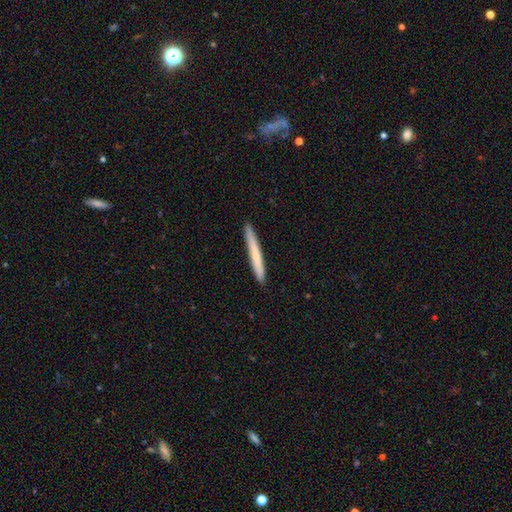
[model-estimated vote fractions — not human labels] The model was most divided on "smooth or featured": smooth: 70%, featured or disk: 24%, star or artifact: 6%. More confident: how rounded — cigar-shaped (97%); merging — none (92%).